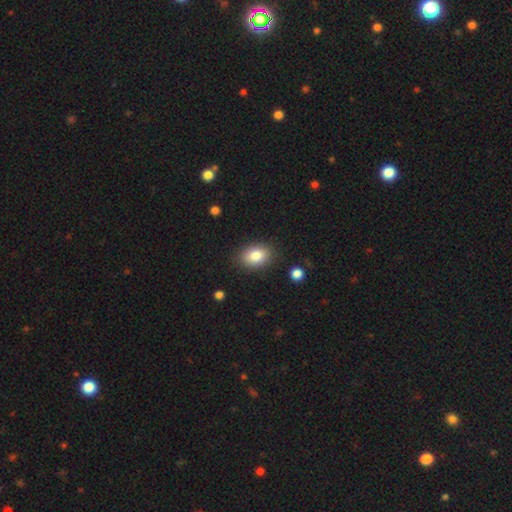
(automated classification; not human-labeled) smooth-or-featured: smooth: 84% | star or artifact: 8% | featured or disk: 8%
  how-rounded: in between: 76% | round: 23% | cigar-shaped: 1%
  merging: none: 86% | minor disturbance: 10% | major disturbance: 3% | merger: 2%